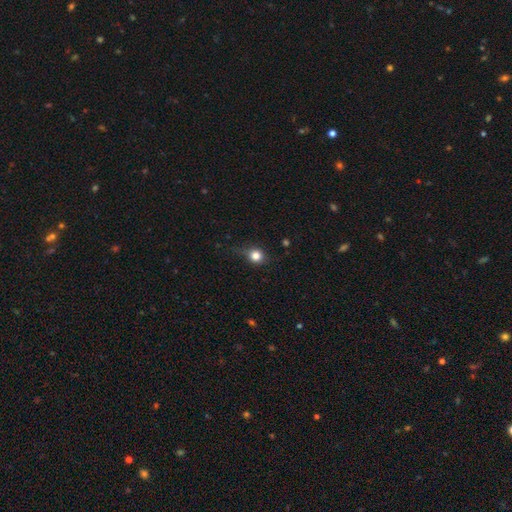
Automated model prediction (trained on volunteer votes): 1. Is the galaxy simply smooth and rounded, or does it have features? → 80% smooth, 12% star or artifact, 8% featured or disk.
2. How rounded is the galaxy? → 82% round, 17% in between, 1% cigar-shaped.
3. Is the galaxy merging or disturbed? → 68% none, 24% minor disturbance, 7% major disturbance, 2% merger.